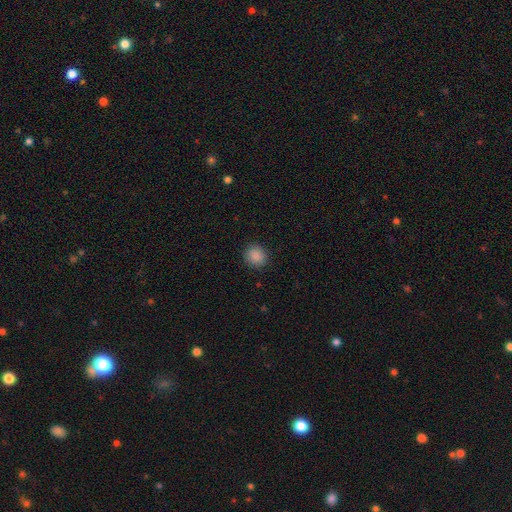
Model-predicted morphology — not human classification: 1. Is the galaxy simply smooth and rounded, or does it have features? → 88% smooth, 9% star or artifact, 3% featured or disk.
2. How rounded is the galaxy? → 85% round, 14% in between, 1% cigar-shaped.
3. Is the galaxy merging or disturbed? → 89% none, 7% minor disturbance, 2% major disturbance, 1% merger.